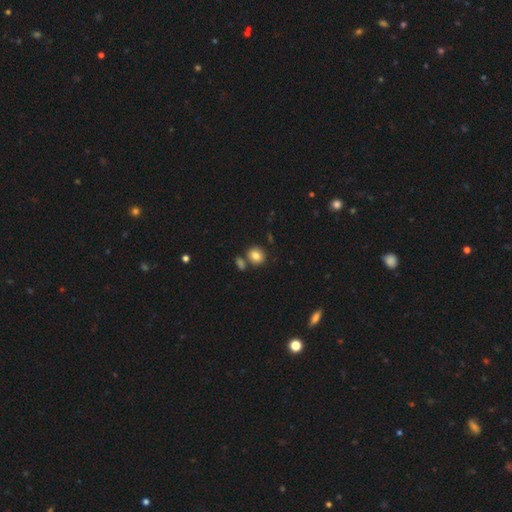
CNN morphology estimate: This is clearly a smooth galaxy (82%). How rounded: likely round (73%). Merging: likely none (72%).